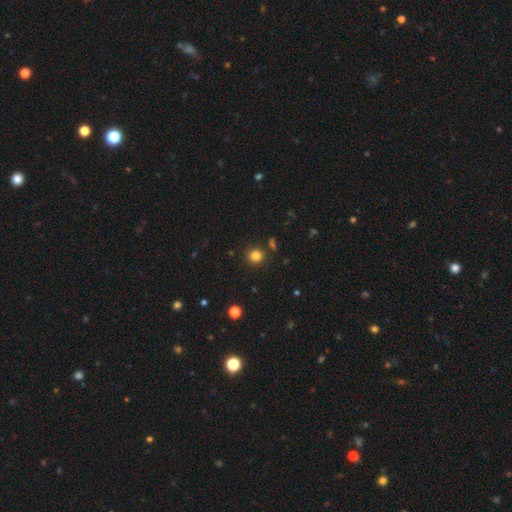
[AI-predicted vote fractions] Smooth or featured: smooth — 82% (star or artifact — 13%)
How rounded: round — 90% (in between — 9%)
Merging: none — 87% (minor disturbance — 7%)